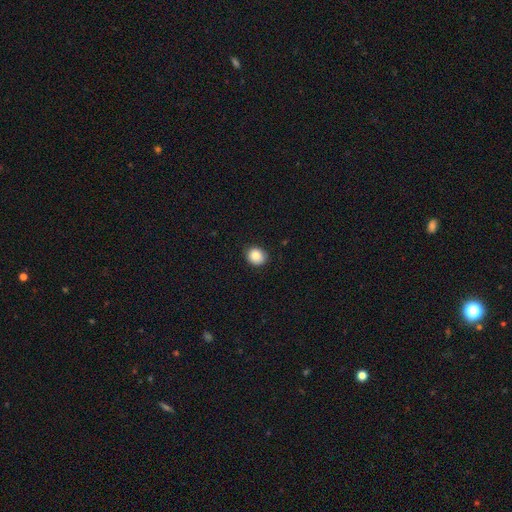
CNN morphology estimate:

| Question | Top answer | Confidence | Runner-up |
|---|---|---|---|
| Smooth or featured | smooth | 86% | star or artifact (9%) |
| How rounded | round | 74% | in between (25%) |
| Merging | none | 88% | minor disturbance (9%) |